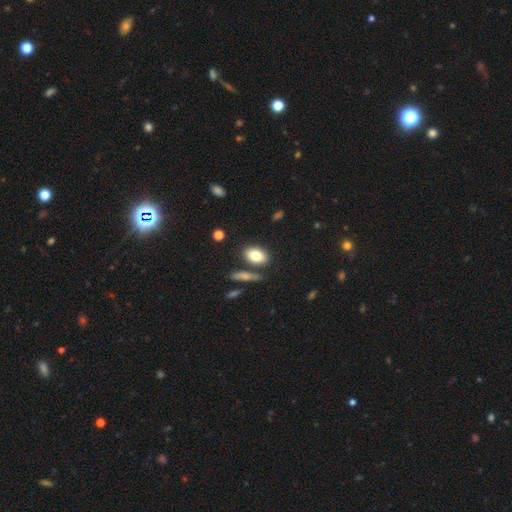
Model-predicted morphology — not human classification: Smooth or featured: smooth — 81% (featured or disk — 12%)
How rounded: in between — 86% (round — 11%)
Merging: none — 76% (minor disturbance — 11%)